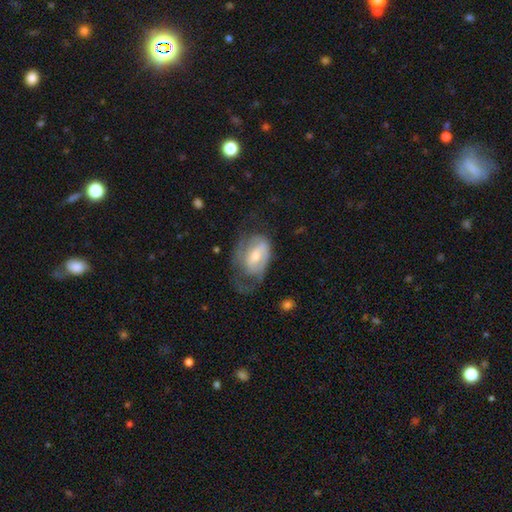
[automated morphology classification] Q: Smooth or featured?
A: featured or disk (60%); runner-up: smooth (34%)
Q: Edge-on disk?
A: no (95%); runner-up: yes (5%)
Q: Bar?
A: no (43%); tied with: weak (43%)
Q: Spiral arms?
A: yes (68%); runner-up: no (32%)
Q: Bulge size?
A: moderate (53%); runner-up: small (37%)
Q: Merging?
A: major disturbance (41%); runner-up: none (32%)